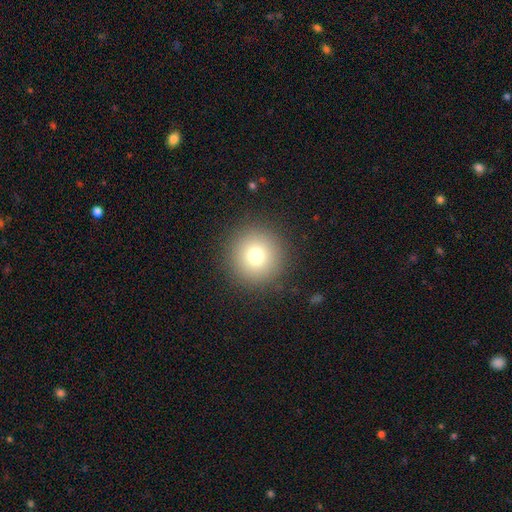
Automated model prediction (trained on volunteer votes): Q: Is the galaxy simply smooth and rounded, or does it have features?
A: smooth — 75%.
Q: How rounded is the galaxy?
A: round — 96%.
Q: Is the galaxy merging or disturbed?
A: none — 91%.